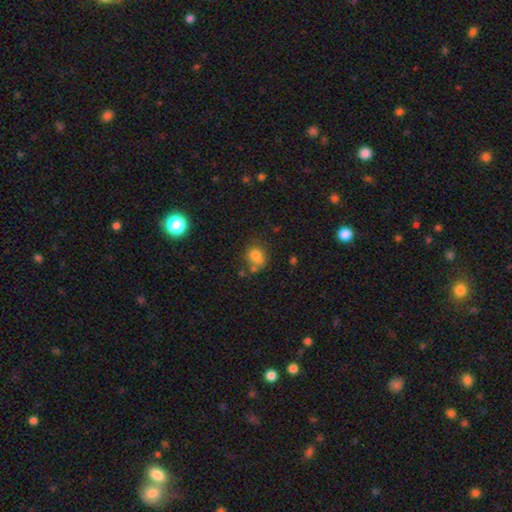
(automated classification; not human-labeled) Morphology: type=smooth (76%); roundness=round (57%); merging=none (49%).